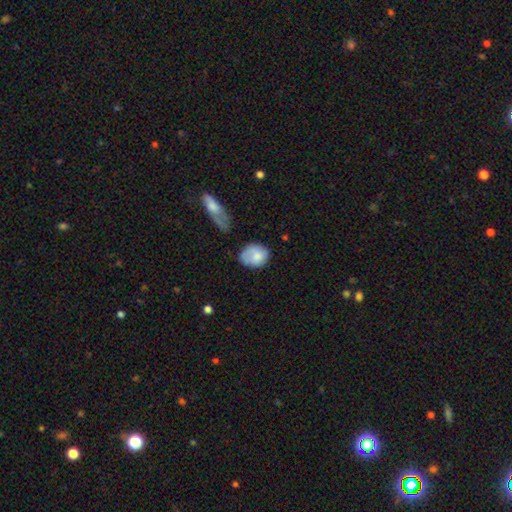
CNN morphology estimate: smooth-or-featured: smooth: 74% | featured or disk: 19% | star or artifact: 7%
  how-rounded: in between: 59% | round: 39% | cigar-shaped: 1%
  merging: none: 52% | minor disturbance: 32% | major disturbance: 11% | merger: 4%